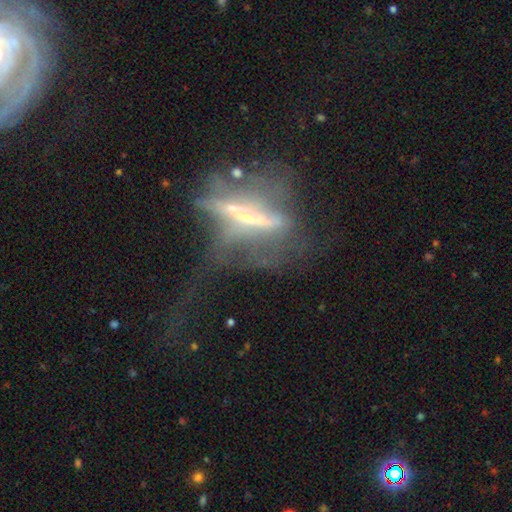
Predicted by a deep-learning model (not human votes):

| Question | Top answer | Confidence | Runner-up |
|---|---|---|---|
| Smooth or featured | featured or disk | 67% | smooth (19%) |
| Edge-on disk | yes | 63% | no (37%) |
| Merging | major disturbance | 46% | none (29%) |